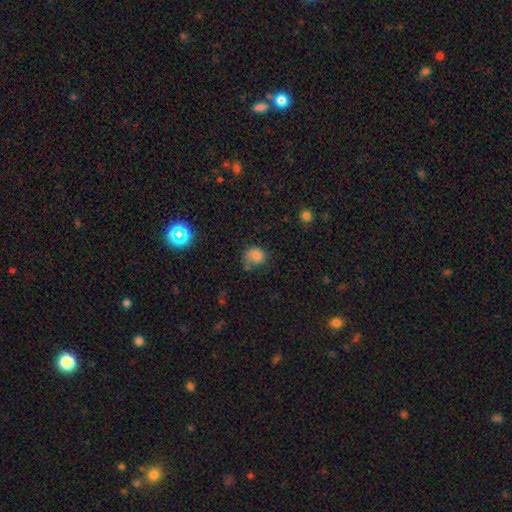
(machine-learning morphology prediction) smooth-or-featured: smooth: 77% | star or artifact: 14% | featured or disk: 9%
  how-rounded: round: 64% | in between: 35% | cigar-shaped: 1%
  merging: none: 43% | minor disturbance: 32% | major disturbance: 18% | merger: 7%